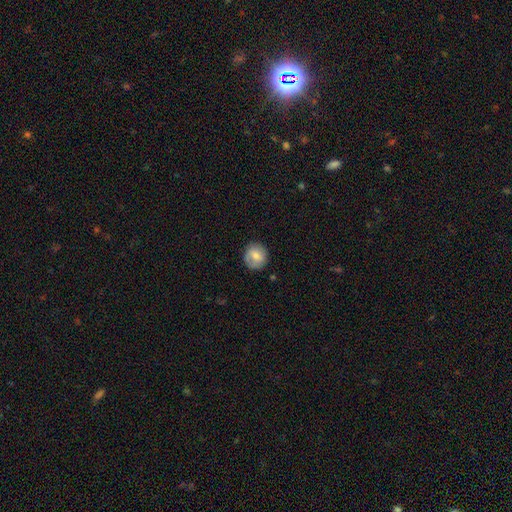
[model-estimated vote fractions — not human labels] Q: Smooth or featured?
A: smooth (74%); runner-up: featured or disk (18%)
Q: How rounded?
A: round (87%); runner-up: in between (12%)
Q: Merging?
A: none (81%); runner-up: minor disturbance (14%)